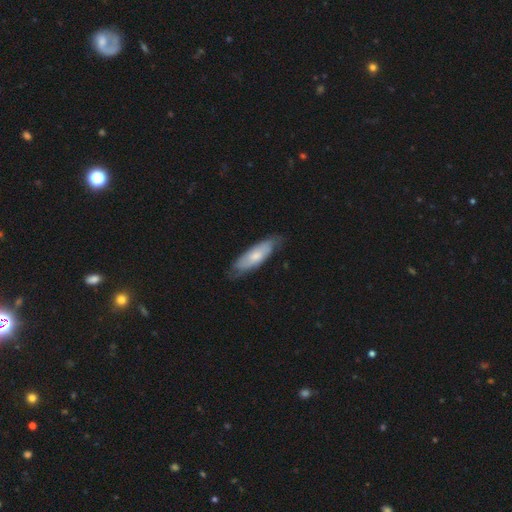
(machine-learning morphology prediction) A smooth galaxy with no disk features (57%) that is in between round and cigar-shaped (50%). Merging: none (71%).